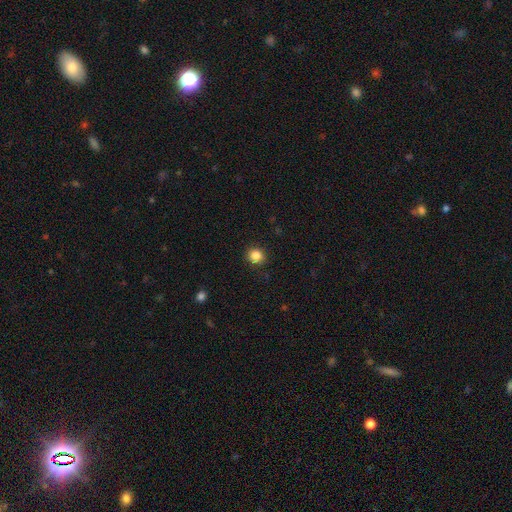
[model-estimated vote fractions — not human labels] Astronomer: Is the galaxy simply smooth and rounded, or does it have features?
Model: smooth — 85%.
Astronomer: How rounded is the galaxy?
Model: round — 87%.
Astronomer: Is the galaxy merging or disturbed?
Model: none — 90%.